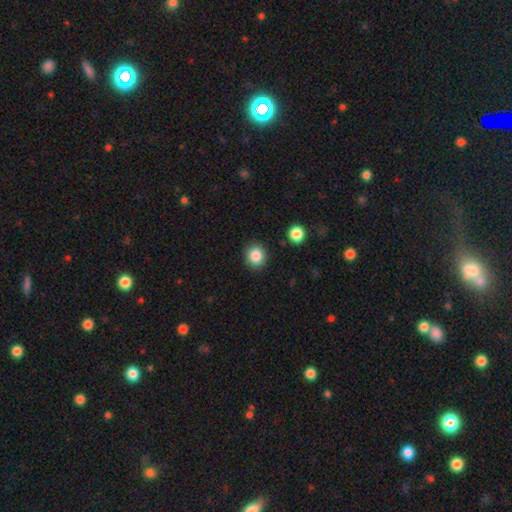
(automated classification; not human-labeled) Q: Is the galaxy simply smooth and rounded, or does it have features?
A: smooth — 86%.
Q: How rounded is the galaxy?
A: round — 75%.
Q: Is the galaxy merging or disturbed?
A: none — 88%.